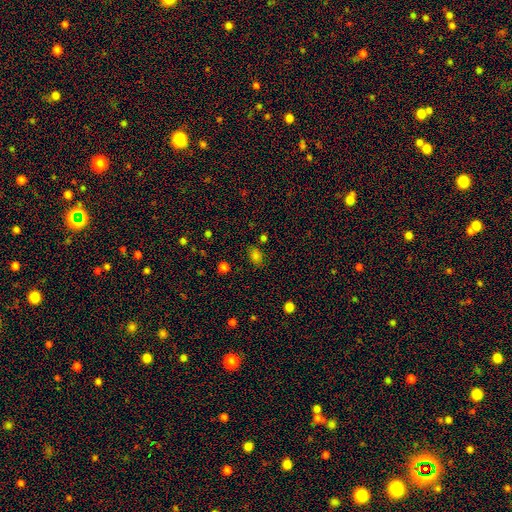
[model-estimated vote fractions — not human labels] A smooth galaxy with no disk features (77%) that is in between round and cigar-shaped (74%).

Vote fractions:
- Smooth or featured? smooth: 77% / star or artifact: 18% / featured or disk: 5%
- How rounded? in between: 74% / round: 24% / cigar-shaped: 2%
- Merging? none: 78% / minor disturbance: 15% / major disturbance: 4% / merger: 3%